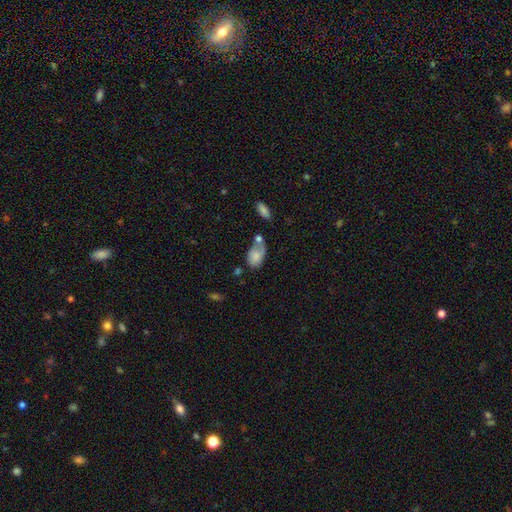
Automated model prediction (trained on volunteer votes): Morphology: type=smooth (70%); roundness=in between (85%); merging=none (29%, tied with merger).